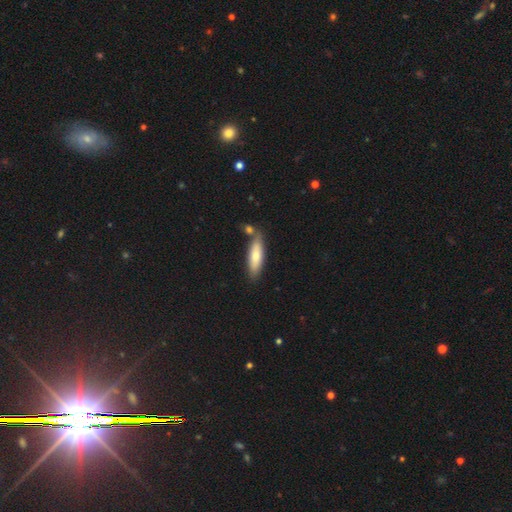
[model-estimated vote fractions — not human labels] A smooth galaxy with no disk features (72%) that is cigar-shaped (57%). Merging: none (67%).